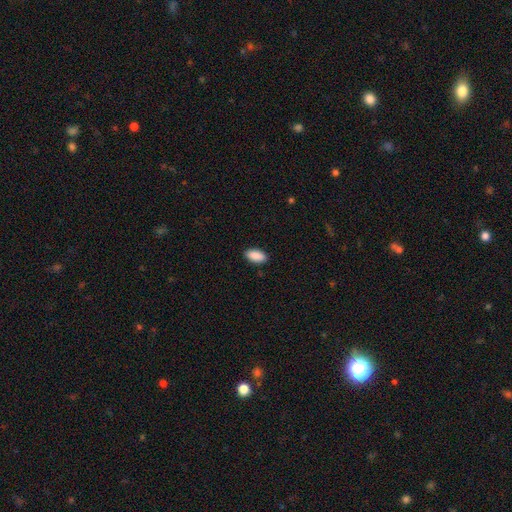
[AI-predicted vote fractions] Q: Smooth or featured?
A: smooth (90%); runner-up: star or artifact (6%)
Q: How rounded?
A: in between (91%); runner-up: cigar-shaped (6%)
Q: Merging?
A: none (89%); runner-up: minor disturbance (8%)